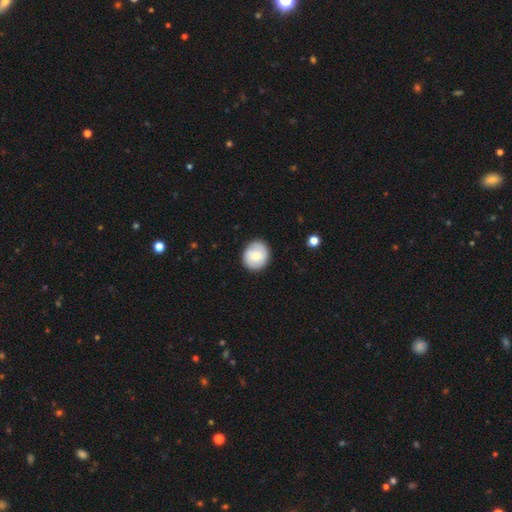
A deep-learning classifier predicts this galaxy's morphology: Smooth or featured?
  - smooth: 73% *
  - featured or disk: 20%
  - star or artifact: 7%
How rounded?
  - round: 79% *
  - in between: 20%
  - cigar-shaped: 1%
Merging?
  - none: 87% *
  - minor disturbance: 10%
  - major disturbance: 2%
  - merger: 1%